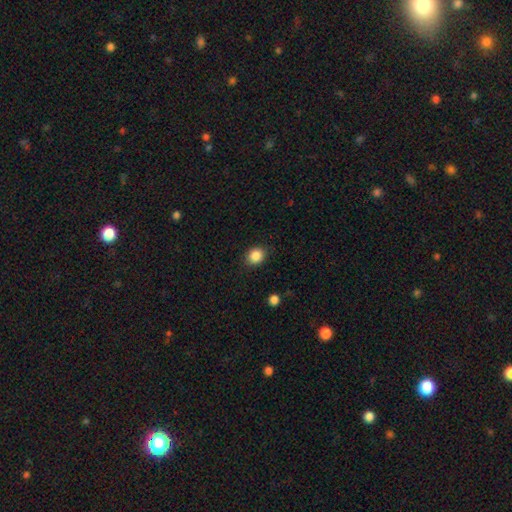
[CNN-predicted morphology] A smooth galaxy with no disk features (87%) that is round (64%).

Vote fractions:
- Smooth or featured? smooth: 87% / star or artifact: 10% / featured or disk: 4%
- How rounded? round: 64% / in between: 35% / cigar-shaped: 1%
- Merging? none: 87% / minor disturbance: 9% / major disturbance: 3% / merger: 1%